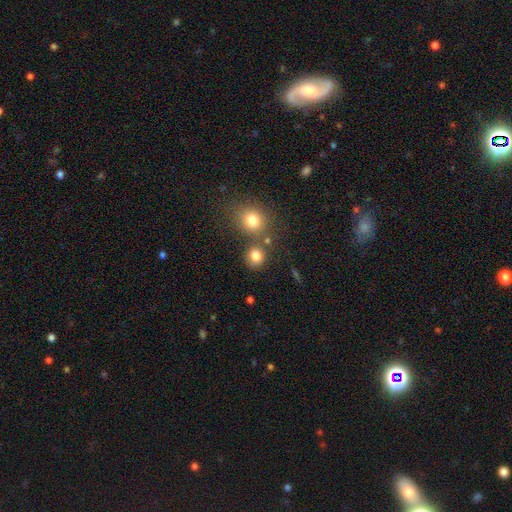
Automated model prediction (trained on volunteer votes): Overall: smooth (81%). How rounded: round (83%). Merging: none (72%).